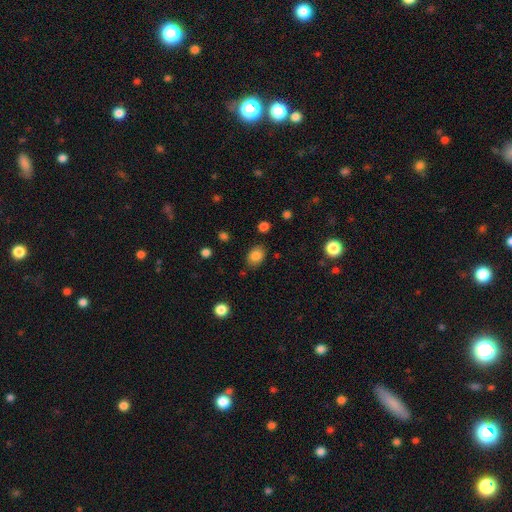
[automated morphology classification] smooth_or_featured: smooth (p=0.84) [alt: star or artifact p=0.10]
how_rounded: in between (p=0.72) [alt: round p=0.27]
merging: none (p=0.81) [alt: minor disturbance p=0.13]